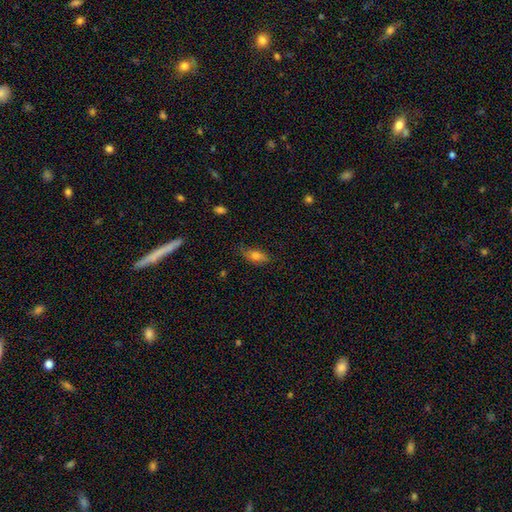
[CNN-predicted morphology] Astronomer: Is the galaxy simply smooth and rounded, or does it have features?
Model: smooth — 73%.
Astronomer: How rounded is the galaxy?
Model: in between — 82%.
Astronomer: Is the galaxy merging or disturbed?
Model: none — 69%.